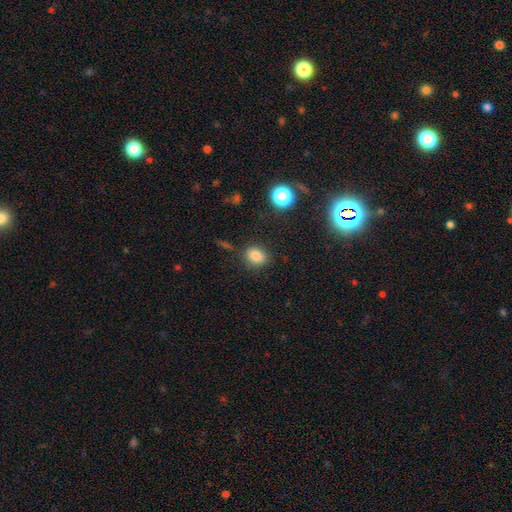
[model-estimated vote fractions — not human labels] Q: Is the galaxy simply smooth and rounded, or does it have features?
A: smooth — 82%.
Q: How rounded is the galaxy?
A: round — 57%.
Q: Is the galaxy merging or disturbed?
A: none — 83%.